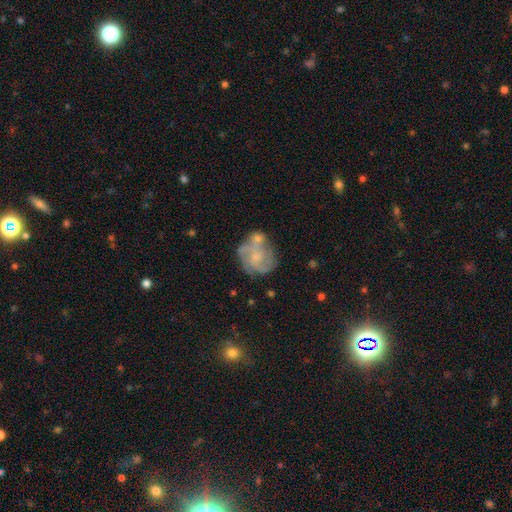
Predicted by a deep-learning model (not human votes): Smooth or featured? Predicted: featured or disk (p=0.68). Edge-on disk? Predicted: no (p=0.98). Bar? Predicted: no (p=0.70). Spiral arms? Predicted: yes (p=0.81). Spiral winding? Predicted: medium (p=0.42). Spiral arm count? Predicted: can't tell (p=0.32). Bulge size? Predicted: small (p=0.48). Merging? Predicted: none (p=0.51).